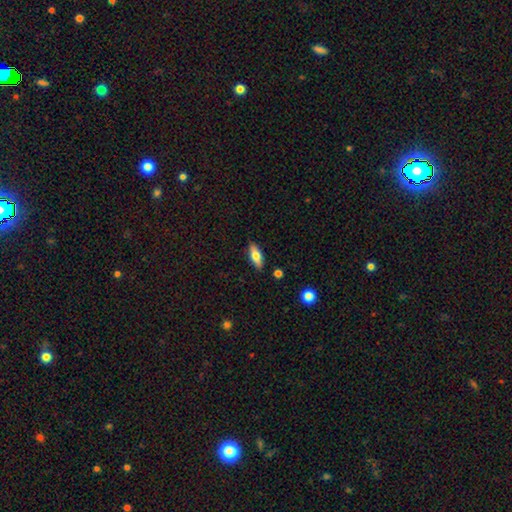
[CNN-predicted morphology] Overall: smooth (64%; featured or disk 30%). How rounded: in between (66%; cigar-shaped 31%). Merging: none (87%).